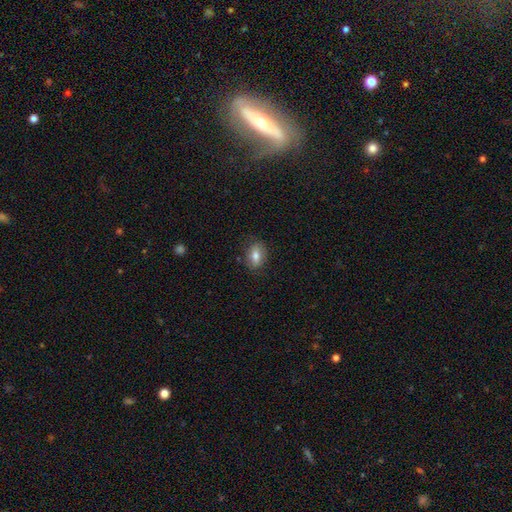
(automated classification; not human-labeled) A smooth galaxy with no disk features (74%) that is in between round and cigar-shaped (79%). Merging: none (81%).